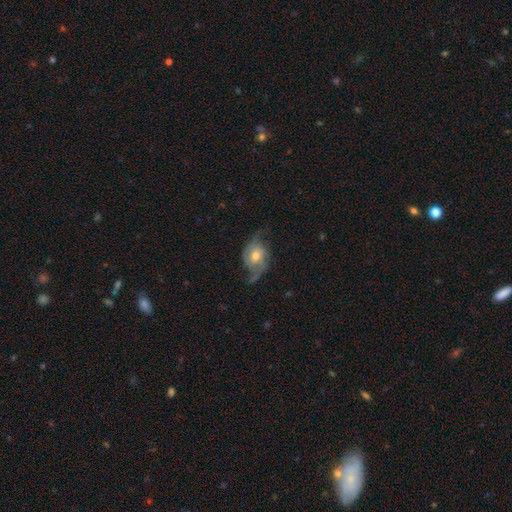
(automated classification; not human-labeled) Smooth or featured? Predicted: featured or disk (p=0.79). Edge-on disk? Predicted: no (p=0.96). Bar? Predicted: no (p=0.58). Spiral arms? Predicted: yes (p=0.94). Spiral winding? Predicted: loose (p=0.58). Spiral arm count? Predicted: 2 (p=0.89). Bulge size? Predicted: moderate (p=0.66). Merging? Predicted: none (p=0.63).